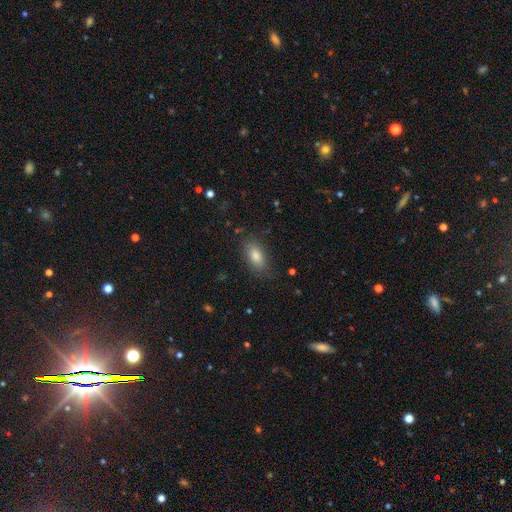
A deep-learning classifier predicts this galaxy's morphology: A smooth galaxy with no disk features (79%) that is in between round and cigar-shaped (86%).

Vote fractions:
- Smooth or featured? smooth: 79% / featured or disk: 10% / star or artifact: 10%
- How rounded? in between: 86% / cigar-shaped: 8% / round: 6%
- Merging? none: 81% / minor disturbance: 13% / major disturbance: 4% / merger: 1%